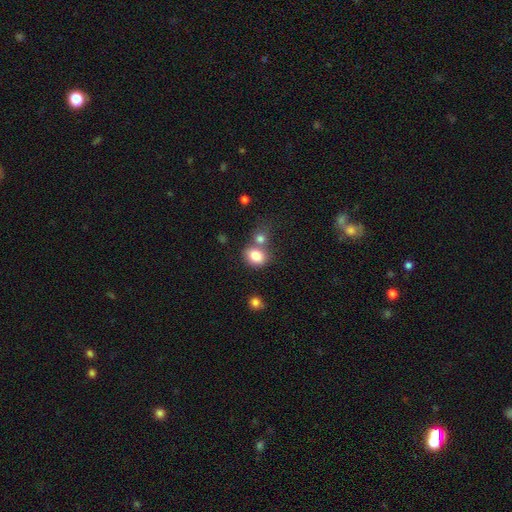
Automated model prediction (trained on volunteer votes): A smooth galaxy with no disk features (82%) that is round (52%).

Vote fractions:
- Smooth or featured? smooth: 82% / star or artifact: 10% / featured or disk: 9%
- How rounded? round: 52% / in between: 47% / cigar-shaped: 1%
- Merging? none: 50% / merger: 34% / minor disturbance: 11% / major disturbance: 4%